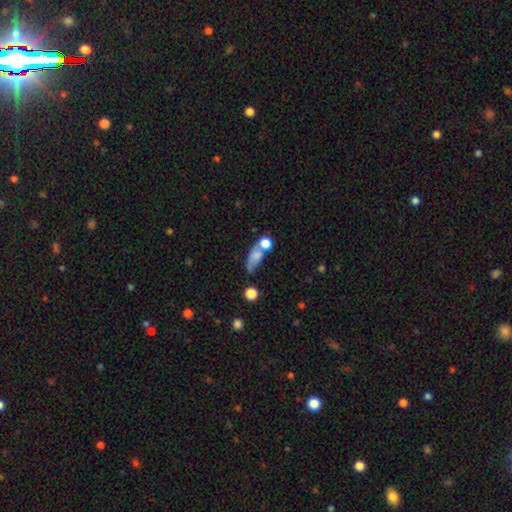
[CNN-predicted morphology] Smooth or featured?
  - smooth: 69% *
  - featured or disk: 20%
  - star or artifact: 11%
How rounded?
  - in between: 59% *
  - cigar-shaped: 22%
  - round: 19%
Merging?
  - merger: 34% *
  - none: 33%
  - minor disturbance: 18%
  - major disturbance: 15%